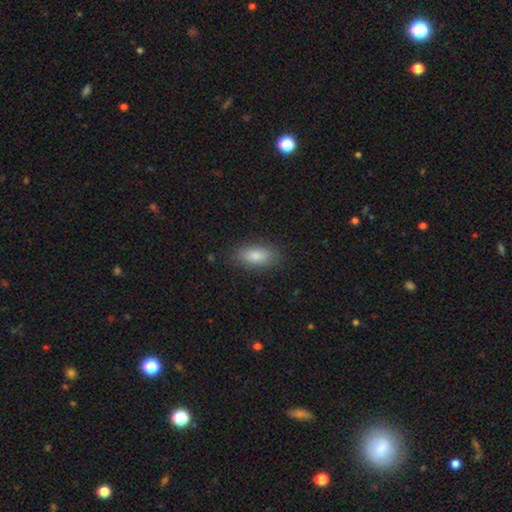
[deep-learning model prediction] The model was most divided on "merging": none: 85%, minor disturbance: 11%, major disturbance: 3%, merger: 1%. More confident: how rounded — in between (87%); smooth or featured — smooth (85%).